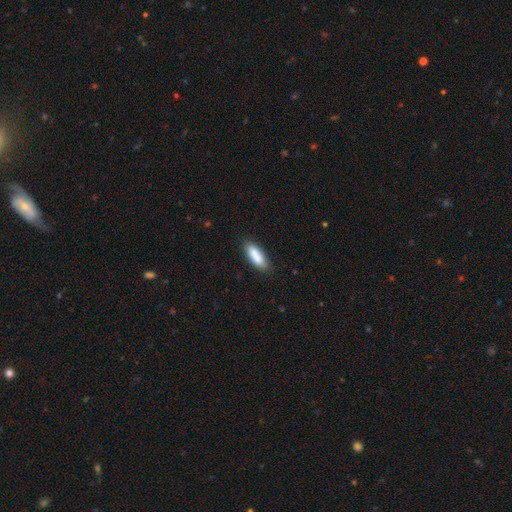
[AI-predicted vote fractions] Overall: smooth (88%). How rounded: in between (60%; cigar-shaped 38%). Merging: none (83%).